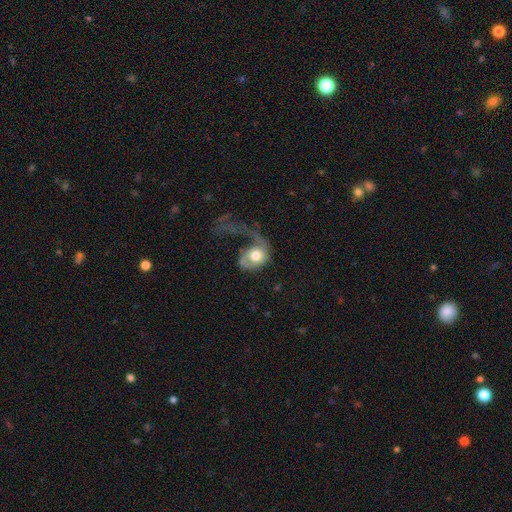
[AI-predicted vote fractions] Overall: featured or disk (47%; smooth 46%). Merging: major disturbance (68%).